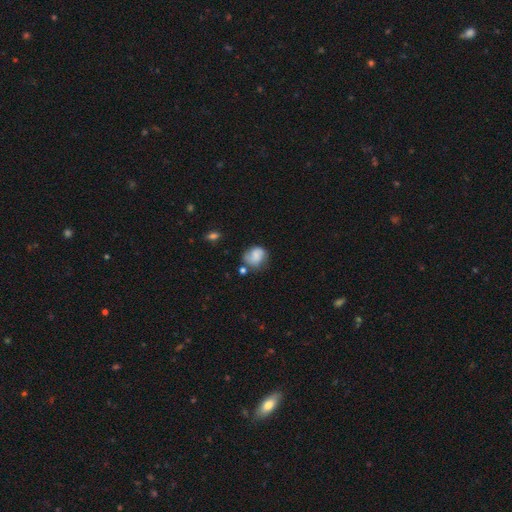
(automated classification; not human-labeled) The model was most divided on "merging": none: 50%, minor disturbance: 28%, major disturbance: 13%, merger: 9%. More confident: how rounded — round (61%); smooth or featured — smooth (58%).